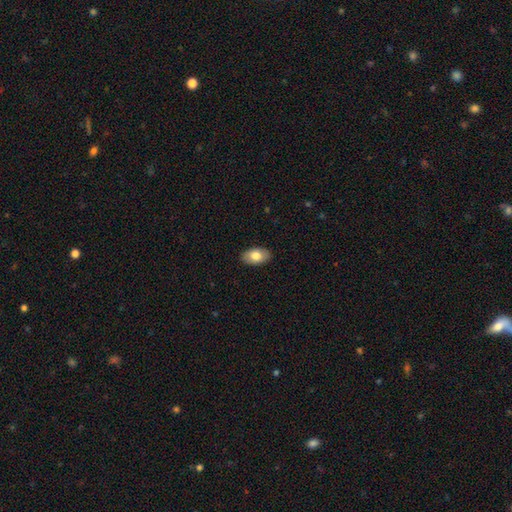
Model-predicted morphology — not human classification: smooth-or-featured: smooth: 78% | featured or disk: 15% | star or artifact: 6%
  how-rounded: in between: 93% | round: 6% | cigar-shaped: 1%
  merging: none: 89% | minor disturbance: 8% | major disturbance: 2% | merger: 1%